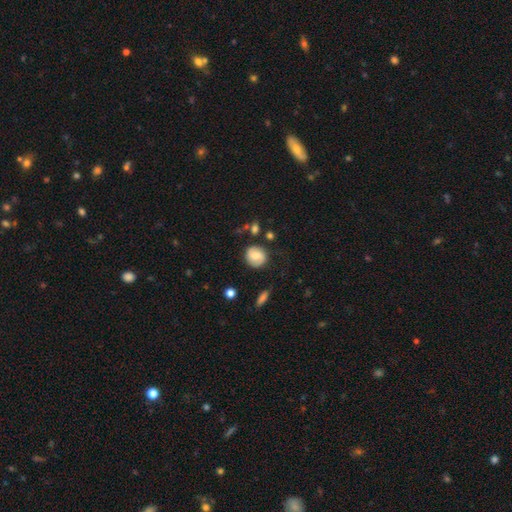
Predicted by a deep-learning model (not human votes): Smooth or featured: smooth — 57% (featured or disk — 34%)
How rounded: round — 80% (in between — 19%)
Merging: none — 75% (minor disturbance — 16%)